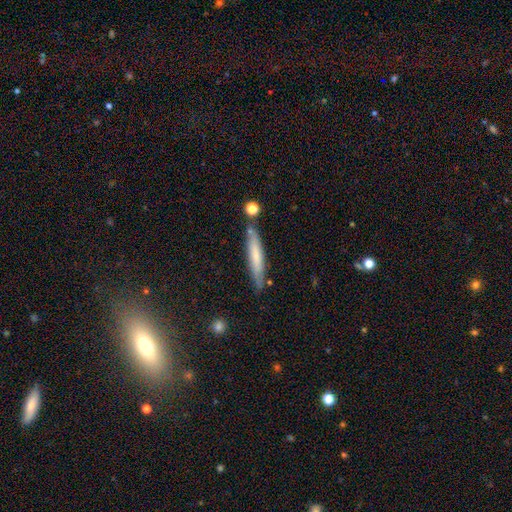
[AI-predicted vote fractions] Overall: smooth (63%; featured or disk 31%). How rounded: cigar-shaped (92%). Merging: none (75%).